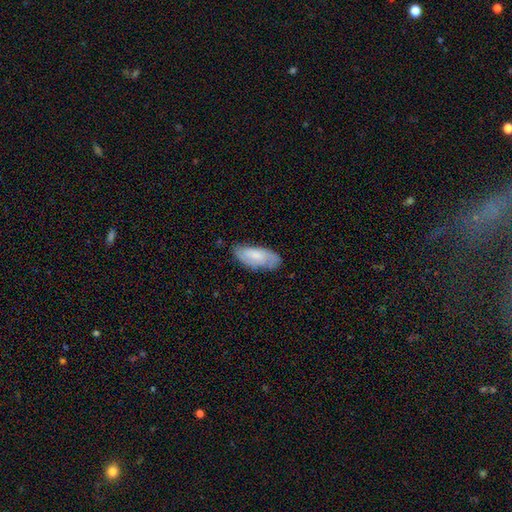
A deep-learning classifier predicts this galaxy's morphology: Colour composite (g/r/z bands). It shows a smooth galaxy with no disk features (59%) that is in between round and cigar-shaped (83%). Merging: none (69%).